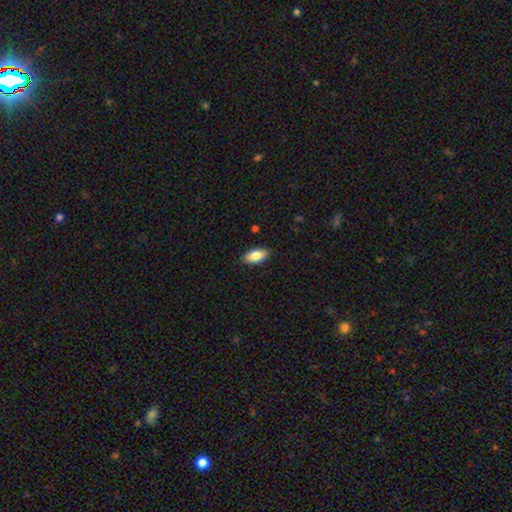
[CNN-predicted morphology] Smooth or featured?
  - smooth: 83% *
  - featured or disk: 11%
  - star or artifact: 7%
How rounded?
  - in between: 90% *
  - cigar-shaped: 8%
  - round: 2%
Merging?
  - none: 89% *
  - minor disturbance: 8%
  - major disturbance: 2%
  - merger: 1%